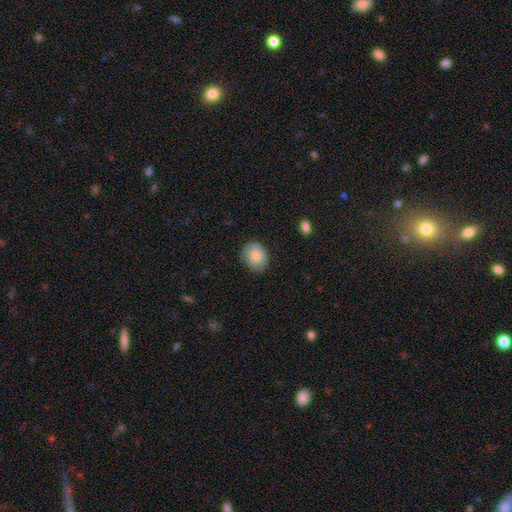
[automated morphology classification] Smooth or featured: smooth — 78% (featured or disk — 15%)
How rounded: round — 53% (in between — 46%)
Merging: none — 78% (minor disturbance — 17%)